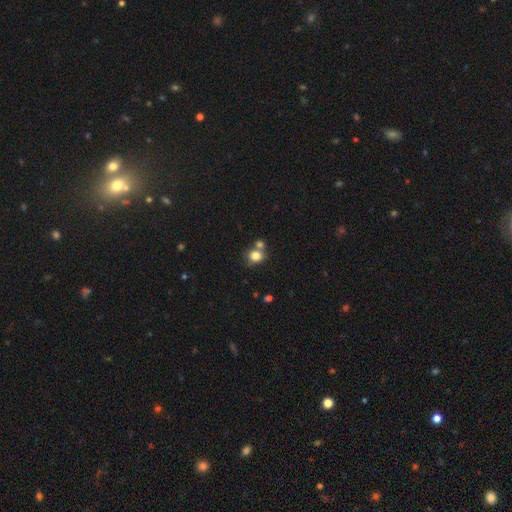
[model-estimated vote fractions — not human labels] smooth_or_featured: smooth (p=0.81) [alt: star or artifact p=0.11]
how_rounded: round (p=0.69) [alt: in between p=0.30]
merging: none (p=0.53) [alt: merger p=0.32]